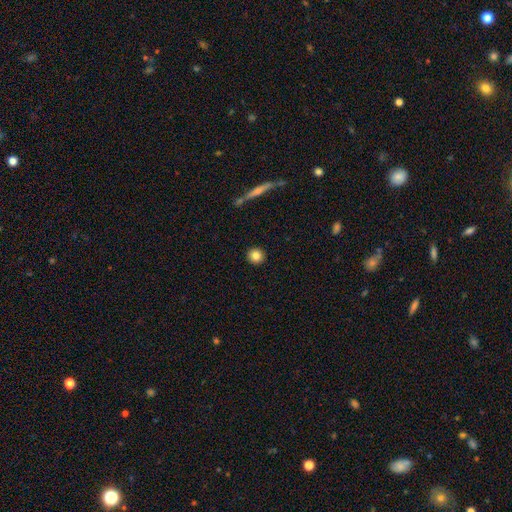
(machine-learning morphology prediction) A smooth galaxy with no disk features (83%) that is round (93%). Merging: none (92%).